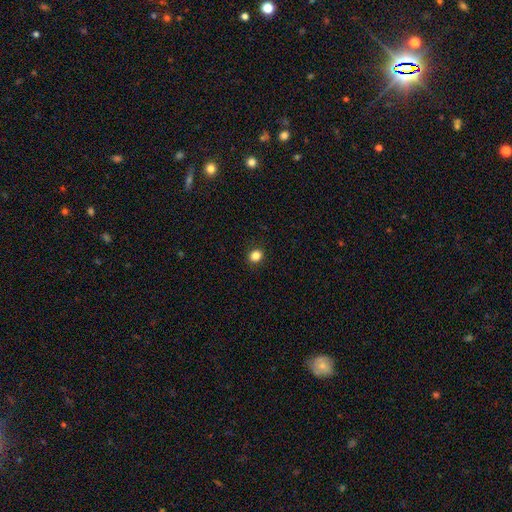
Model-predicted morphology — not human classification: Q: Smooth or featured?
A: smooth (84%); runner-up: star or artifact (11%)
Q: How rounded?
A: round (74%); runner-up: in between (25%)
Q: Merging?
A: none (91%); runner-up: minor disturbance (6%)